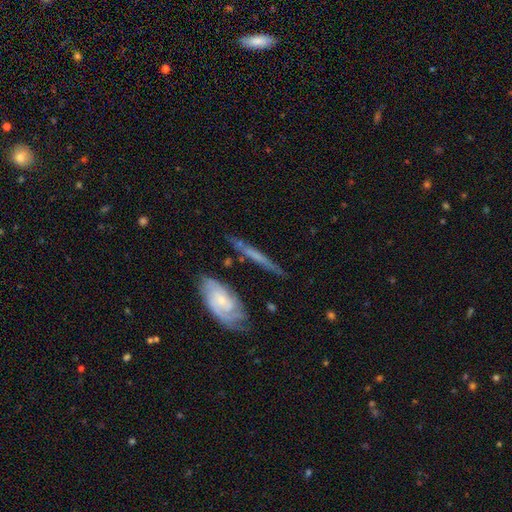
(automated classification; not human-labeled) This is possibly a featured or disk galaxy (60%). It is likely viewed edge-on (75%). Merging: likely none (69%).